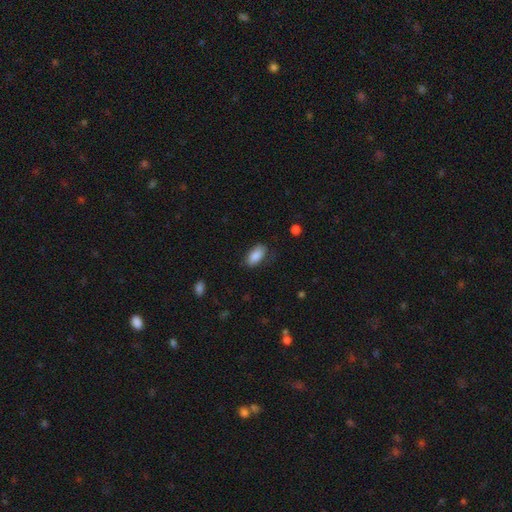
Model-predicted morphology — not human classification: smooth_or_featured: smooth (p=0.86) [alt: featured or disk p=0.07]
how_rounded: in between (p=0.91) [alt: cigar-shaped p=0.06]
merging: none (p=0.76) [alt: minor disturbance p=0.18]